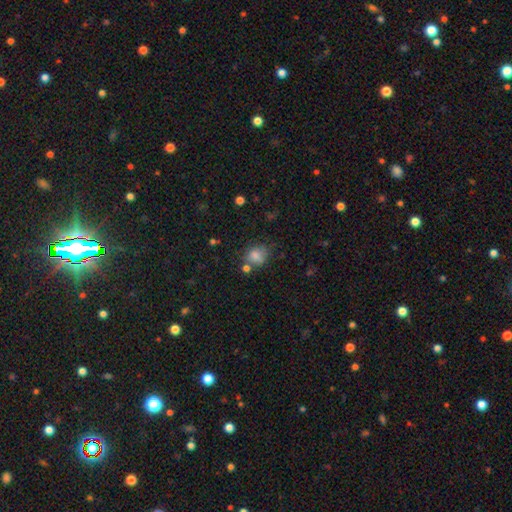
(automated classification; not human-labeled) Morphology: type=smooth (80%); roundness=round (55%); merging=none (58%).